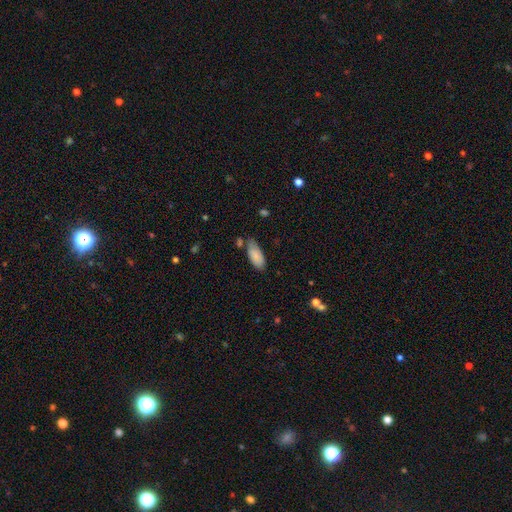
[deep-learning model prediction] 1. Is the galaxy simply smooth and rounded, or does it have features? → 84% smooth, 10% featured or disk, 6% star or artifact.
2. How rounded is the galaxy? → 87% in between, 12% cigar-shaped, 2% round.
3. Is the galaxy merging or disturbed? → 62% none, 25% minor disturbance, 8% merger, 5% major disturbance.